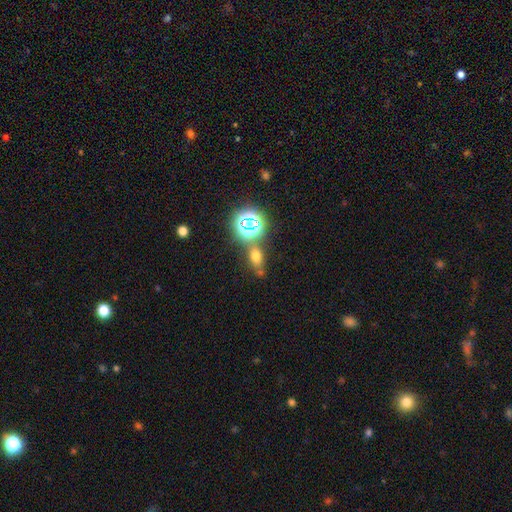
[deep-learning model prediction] A smooth galaxy with no disk features (57%) that is in between round and cigar-shaped (66%).

Vote fractions:
- Smooth or featured? smooth: 57% / star or artifact: 31% / featured or disk: 12%
- How rounded? in between: 66% / round: 27% / cigar-shaped: 7%
- Merging? none: 65% / merger: 18% / minor disturbance: 12% / major disturbance: 5%